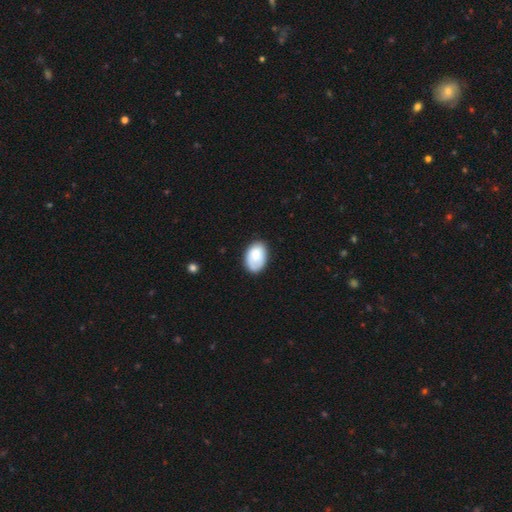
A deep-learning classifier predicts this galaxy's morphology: This appears to be a smooth galaxy with no disk features (80%) that is in between round and cigar-shaped (89%). Merging: none (76%).